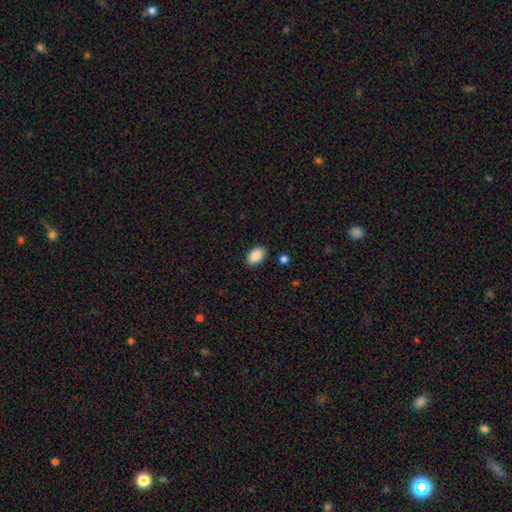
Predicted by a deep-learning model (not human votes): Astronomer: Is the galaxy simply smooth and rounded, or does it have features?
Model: smooth — 90%.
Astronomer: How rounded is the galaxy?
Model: in between — 90%.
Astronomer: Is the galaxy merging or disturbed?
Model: none — 88%.